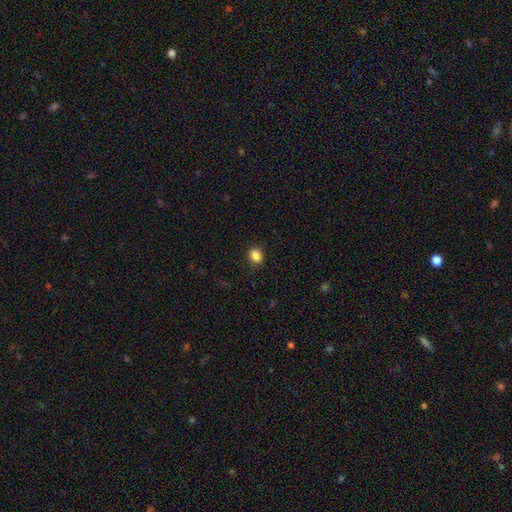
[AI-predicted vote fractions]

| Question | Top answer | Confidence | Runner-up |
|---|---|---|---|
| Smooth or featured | smooth | 86% | star or artifact (10%) |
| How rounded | round | 53% | in between (46%) |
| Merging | none | 90% | minor disturbance (7%) |